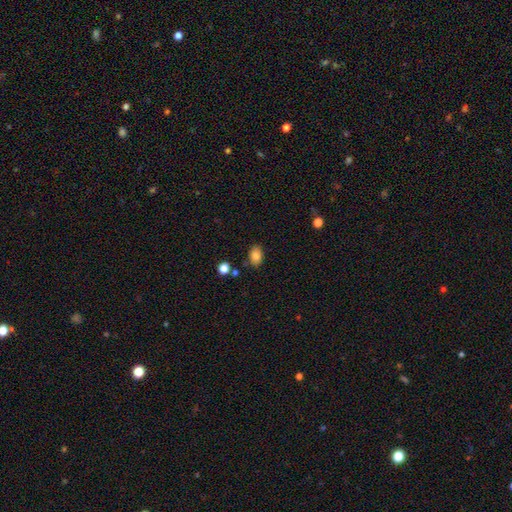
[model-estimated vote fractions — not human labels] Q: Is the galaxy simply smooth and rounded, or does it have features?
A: smooth — 83%.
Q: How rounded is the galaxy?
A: in between — 82%.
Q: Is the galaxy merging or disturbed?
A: none — 83%.